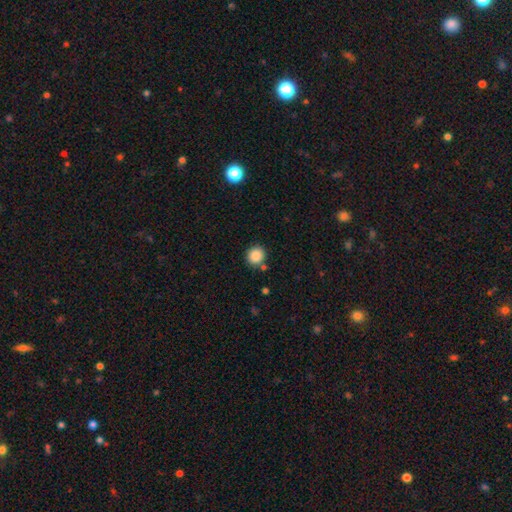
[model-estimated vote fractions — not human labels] Morphology: type=smooth (87%); roundness=round (88%); merging=none (84%).